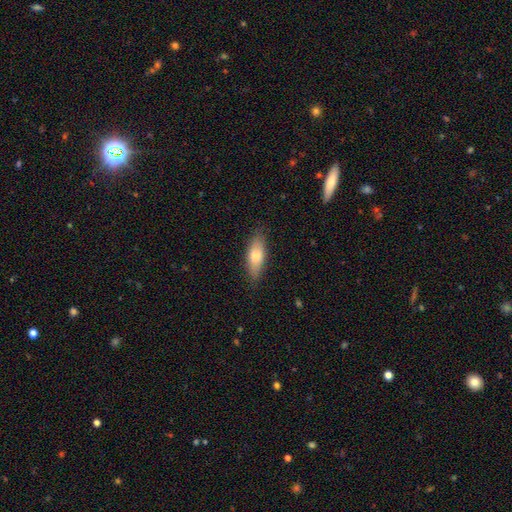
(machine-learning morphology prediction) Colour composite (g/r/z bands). It shows a smooth galaxy with no disk features (74%) that is in between round and cigar-shaped (60%). Merging: none (83%).